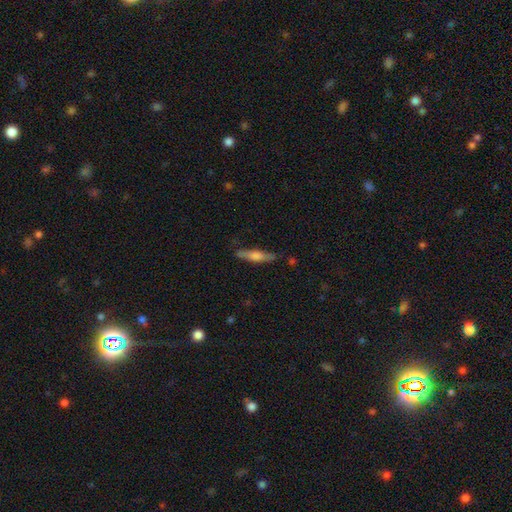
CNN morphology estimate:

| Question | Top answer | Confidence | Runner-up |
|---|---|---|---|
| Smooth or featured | smooth | 52% | featured or disk (42%) |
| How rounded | cigar-shaped | 84% | in between (15%) |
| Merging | none | 83% | minor disturbance (13%) |